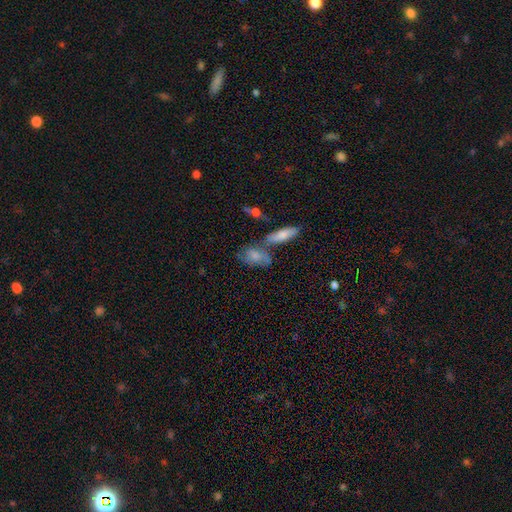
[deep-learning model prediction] Smooth or featured: smooth — 68% (featured or disk — 23%)
How rounded: in between — 80% (round — 11%)
Merging: none — 44% (merger — 28%)